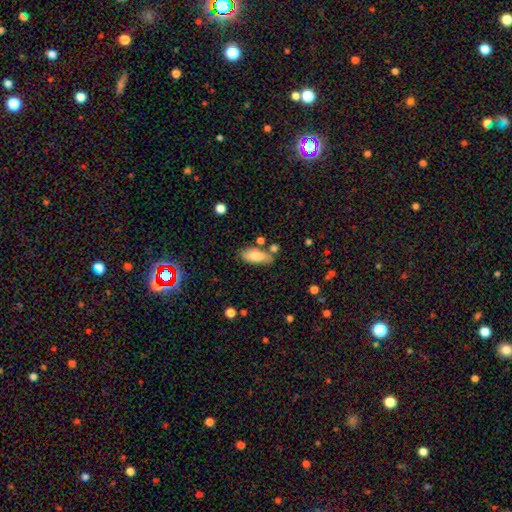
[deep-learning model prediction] Smooth or featured? smooth (82%)
How rounded? in between (82%)
Merging? none (67%)